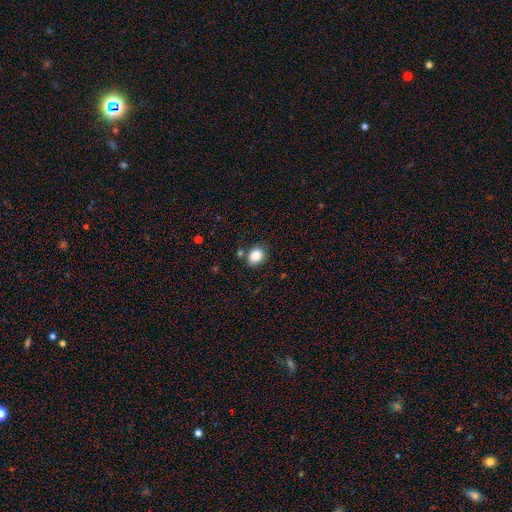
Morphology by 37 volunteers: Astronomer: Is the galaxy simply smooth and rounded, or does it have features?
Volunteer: smooth — 89%.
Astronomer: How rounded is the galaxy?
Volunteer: in between — 55% (runner-up: round, 45%).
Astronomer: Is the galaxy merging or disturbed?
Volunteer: none — 57%.